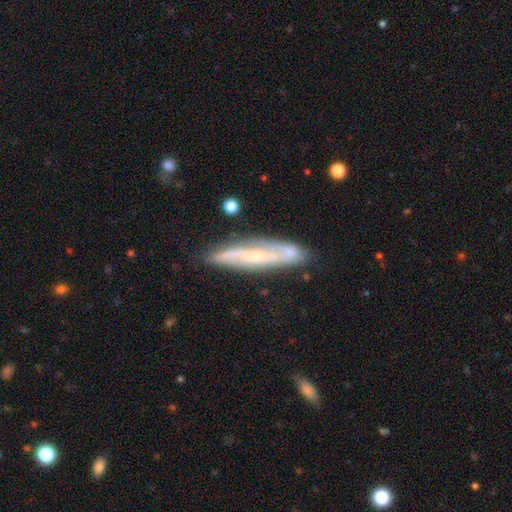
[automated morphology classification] Smooth or featured? Predicted: featured or disk (p=0.69). Edge-on disk? Predicted: yes (p=0.51). Merging? Predicted: none (p=0.71).